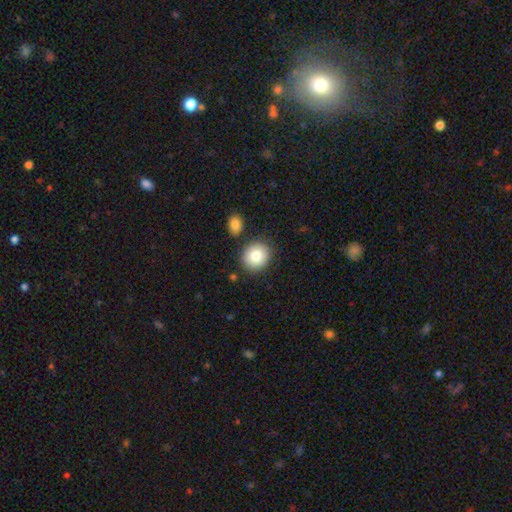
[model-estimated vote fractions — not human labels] smooth 82%, featured or disk 9%, star or artifact 9%. Down the decision tree: how rounded — round (80%); merging — none (84%).